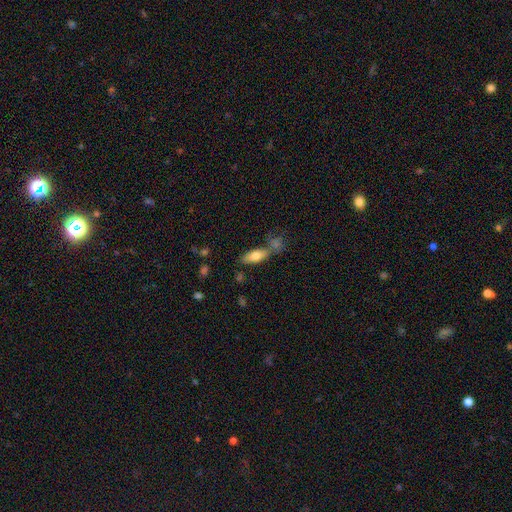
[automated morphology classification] Overall: smooth (75%). How rounded: in between (75%). Merging: none (59%; merger 22%).